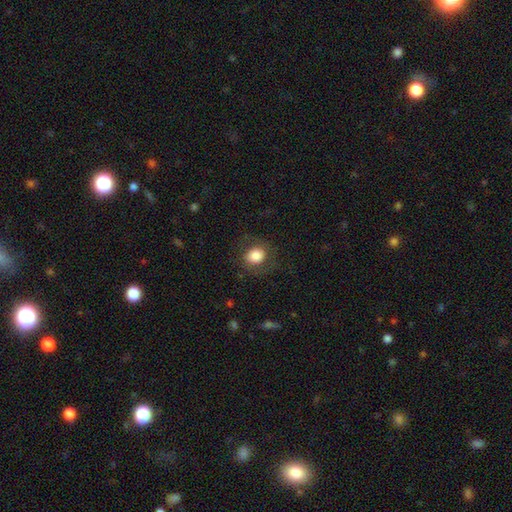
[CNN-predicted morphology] type=smooth (82%); roundness=round (69%); merging=none (78%).